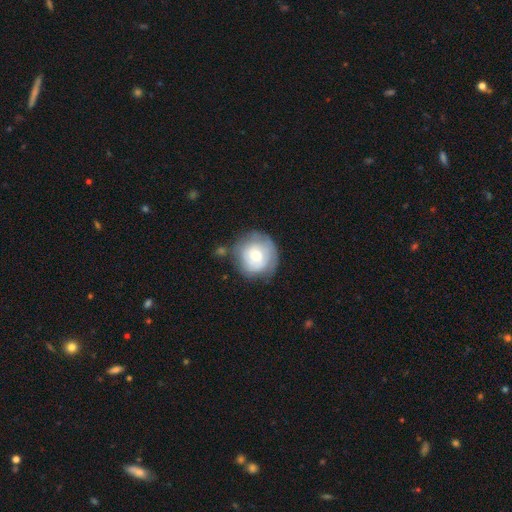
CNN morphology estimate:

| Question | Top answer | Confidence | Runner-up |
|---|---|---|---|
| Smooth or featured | smooth | 49% | featured or disk (44%) |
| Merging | none | 66% | minor disturbance (21%) |